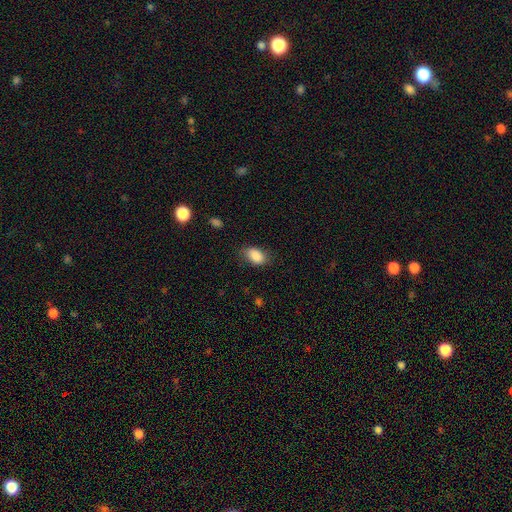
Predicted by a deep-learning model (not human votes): This is clearly a smooth galaxy (88%). How rounded: clearly in between (89%). Merging: likely none (75%).